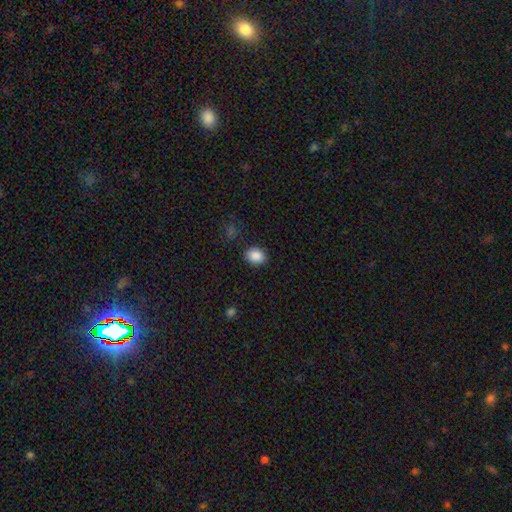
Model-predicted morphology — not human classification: A smooth galaxy with no disk features (88%) that is in between round and cigar-shaped (61%). Merging: none (85%).